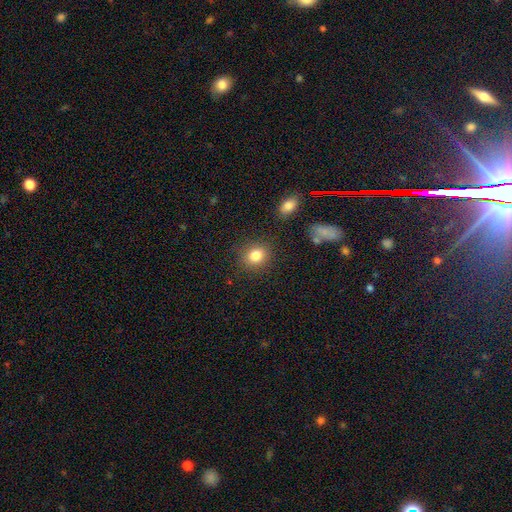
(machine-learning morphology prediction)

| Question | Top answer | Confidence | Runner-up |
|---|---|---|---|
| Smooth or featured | smooth | 83% | star or artifact (11%) |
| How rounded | round | 72% | in between (27%) |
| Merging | none | 86% | minor disturbance (9%) |